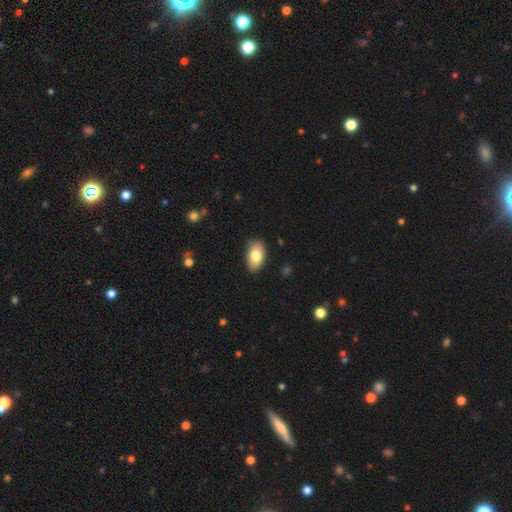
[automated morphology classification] smooth_or_featured: smooth (p=0.79) [alt: featured or disk p=0.14]
how_rounded: in between (p=0.92) [alt: round p=0.06]
merging: none (p=0.86) [alt: minor disturbance p=0.11]